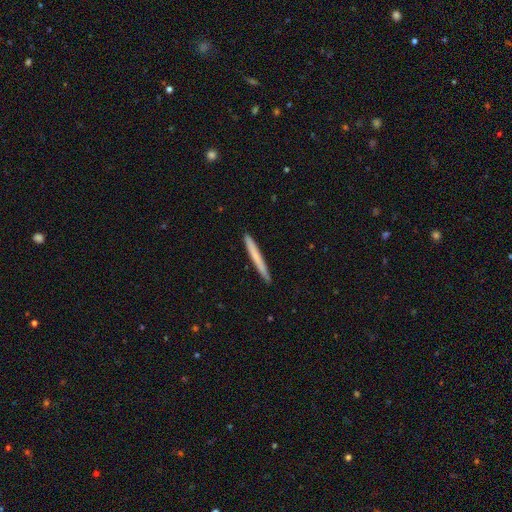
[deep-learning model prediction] smooth_or_featured: smooth (p=0.65) [alt: featured or disk p=0.29]
how_rounded: cigar-shaped (p=0.97) [alt: in between p=0.02]
merging: none (p=0.91) [alt: minor disturbance p=0.06]